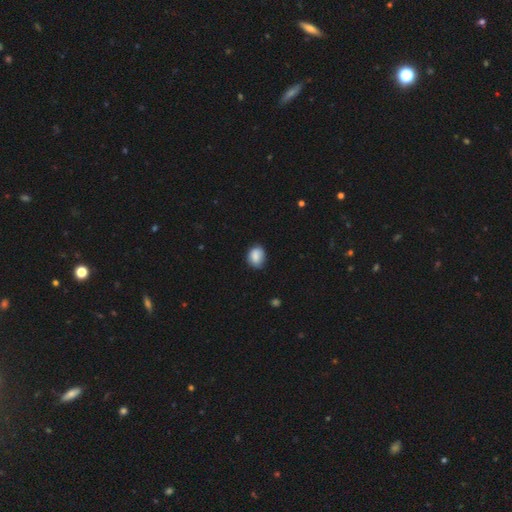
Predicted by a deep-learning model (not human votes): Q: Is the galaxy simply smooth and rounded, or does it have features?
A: smooth — 86%.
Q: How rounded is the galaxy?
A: in between — 54%.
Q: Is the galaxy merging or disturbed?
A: none — 71%.